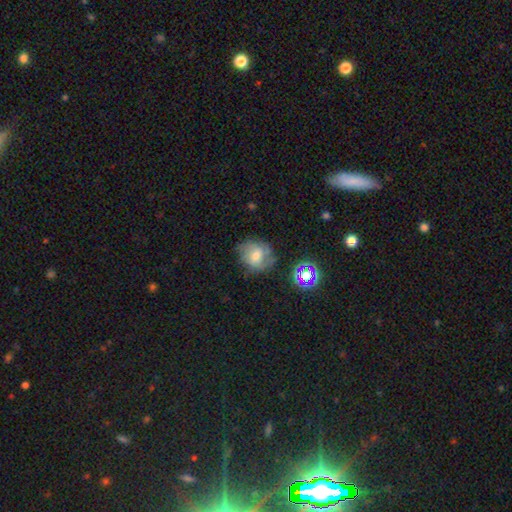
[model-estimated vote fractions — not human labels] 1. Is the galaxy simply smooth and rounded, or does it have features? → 50% smooth, 35% featured or disk, 15% star or artifact.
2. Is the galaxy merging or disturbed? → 57% none, 27% minor disturbance, 11% major disturbance, 5% merger.